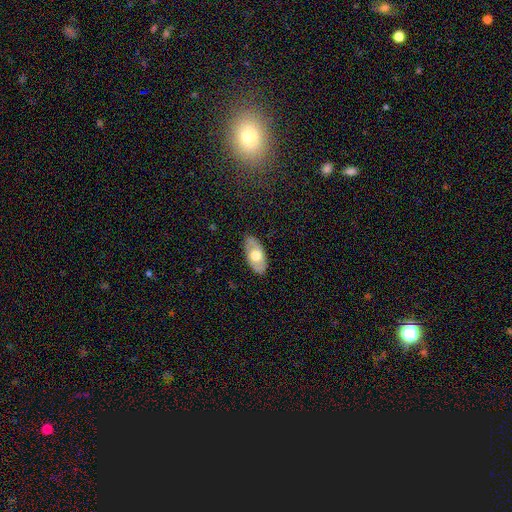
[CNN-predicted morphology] Smooth or featured? smooth (55%)
How rounded? in between (92%)
Merging? none (84%)